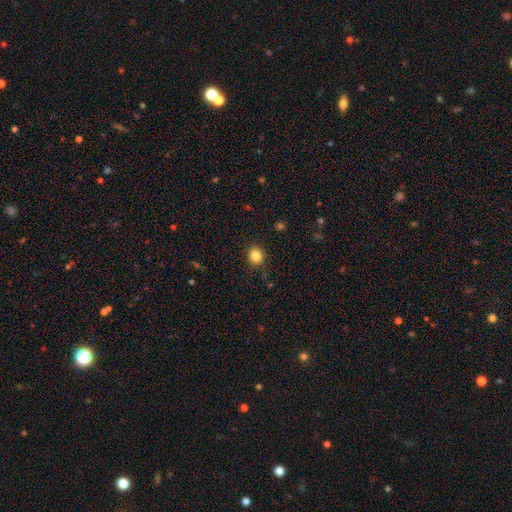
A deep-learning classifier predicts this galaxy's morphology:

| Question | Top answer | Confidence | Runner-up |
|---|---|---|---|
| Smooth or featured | smooth | 84% | star or artifact (11%) |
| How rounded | round | 82% | in between (17%) |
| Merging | none | 89% | minor disturbance (8%) |